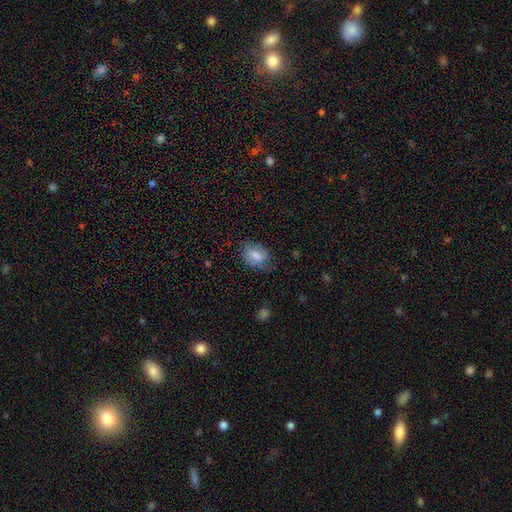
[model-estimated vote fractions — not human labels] The model was most divided on "how rounded": in between: 66%, round: 33%, cigar-shaped: 1%. More confident: merging — none (72%); smooth or featured — smooth (70%).